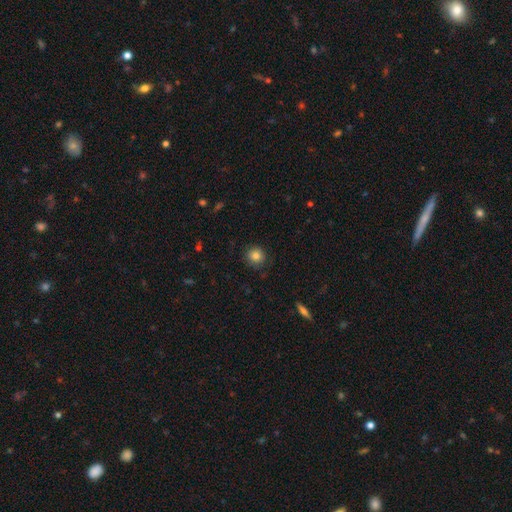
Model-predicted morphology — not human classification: Q: Smooth or featured?
A: smooth (82%); runner-up: star or artifact (10%)
Q: How rounded?
A: round (89%); runner-up: in between (10%)
Q: Merging?
A: none (85%); runner-up: minor disturbance (11%)